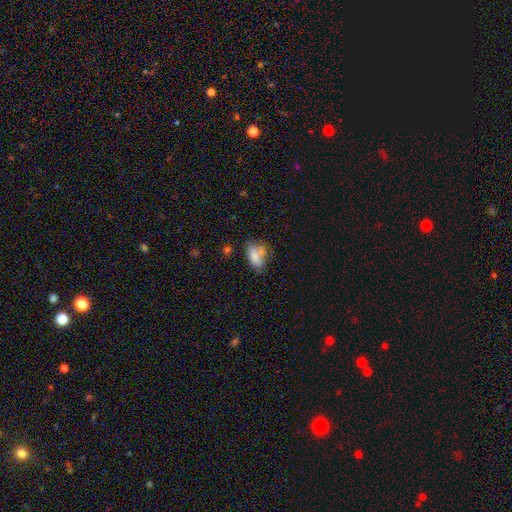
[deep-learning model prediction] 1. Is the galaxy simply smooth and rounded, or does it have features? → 78% smooth, 13% featured or disk, 10% star or artifact.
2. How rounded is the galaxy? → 87% in between, 7% round, 6% cigar-shaped.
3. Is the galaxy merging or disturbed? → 46% none, 26% minor disturbance, 18% merger, 11% major disturbance.